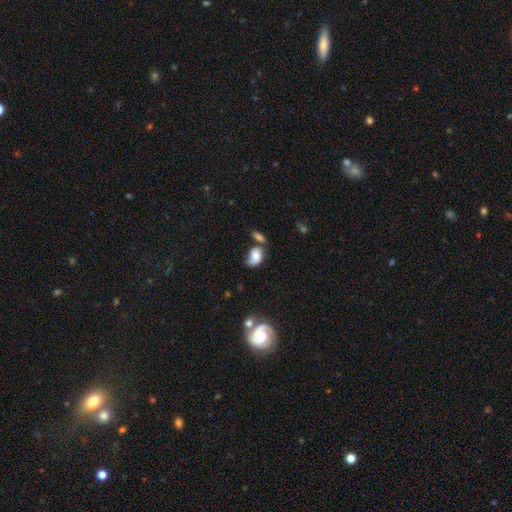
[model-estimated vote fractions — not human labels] Smooth or featured?
  - smooth: 62% *
  - featured or disk: 28%
  - star or artifact: 10%
How rounded?
  - in between: 82% *
  - round: 17%
  - cigar-shaped: 2%
Merging?
  - none: 31% *
  - merger: 28%
  - minor disturbance: 26%
  - major disturbance: 16%